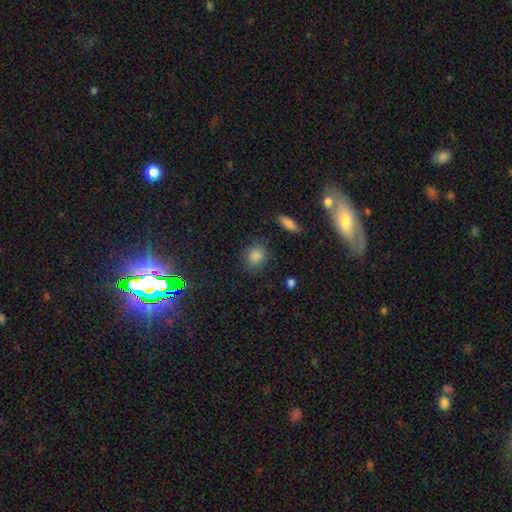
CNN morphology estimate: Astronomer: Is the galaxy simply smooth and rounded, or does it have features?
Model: smooth — 80%.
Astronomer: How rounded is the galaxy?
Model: round — 64%.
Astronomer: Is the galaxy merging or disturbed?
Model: none — 86%.